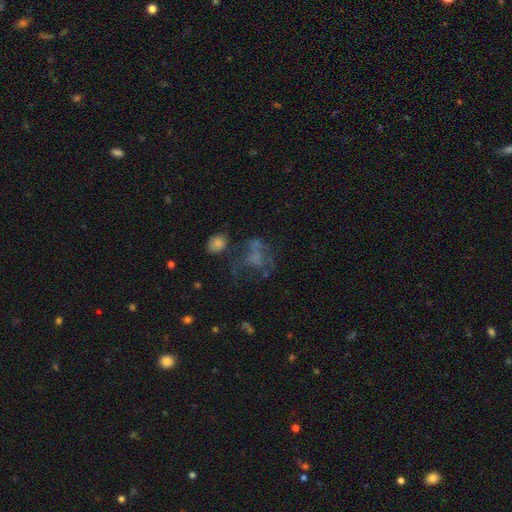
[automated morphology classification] smooth_or_featured: featured or disk (p=0.43) [alt: smooth p=0.34]
merging: major disturbance (p=0.35) [alt: none p=0.34]